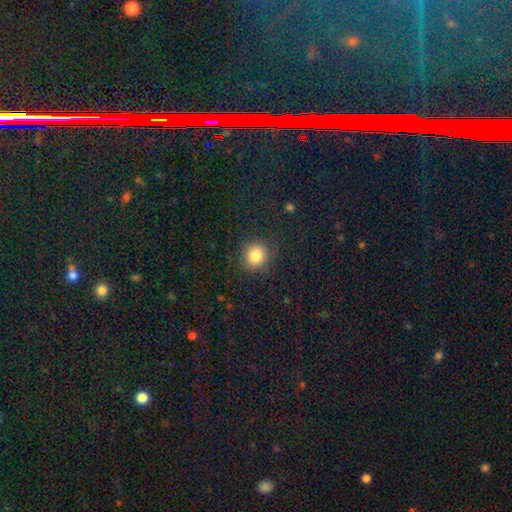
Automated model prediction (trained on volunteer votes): Q: Smooth or featured?
A: smooth (83%); runner-up: star or artifact (11%)
Q: How rounded?
A: round (84%); runner-up: in between (15%)
Q: Merging?
A: none (87%); runner-up: minor disturbance (9%)